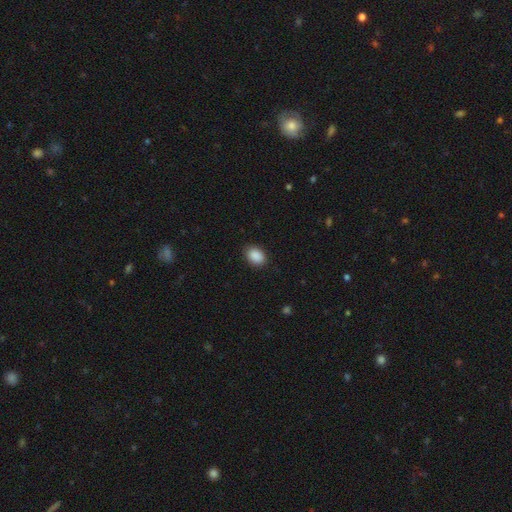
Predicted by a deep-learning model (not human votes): Overall: smooth (90%). How rounded: in between (75%). Merging: none (87%).